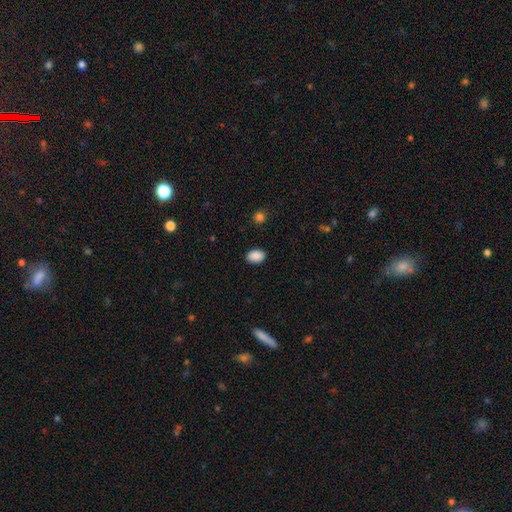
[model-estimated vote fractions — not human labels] Smooth or featured?
  - smooth: 89% *
  - star or artifact: 8%
  - featured or disk: 3%
How rounded?
  - in between: 82% *
  - round: 17%
  - cigar-shaped: 1%
Merging?
  - none: 89% *
  - minor disturbance: 8%
  - major disturbance: 2%
  - merger: 1%